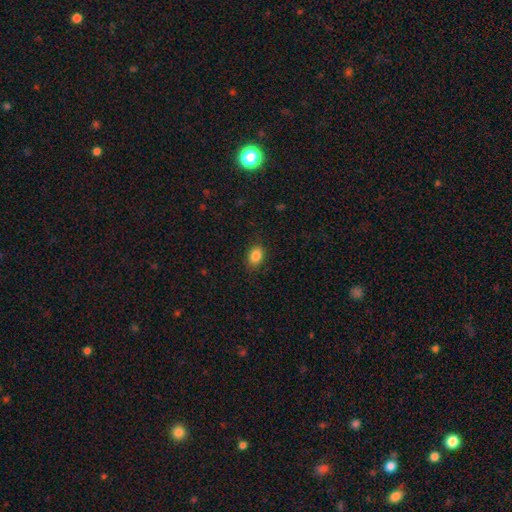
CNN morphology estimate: Smooth or featured: smooth — 86% (star or artifact — 9%)
How rounded: in between — 79% (round — 20%)
Merging: none — 85% (minor disturbance — 11%)